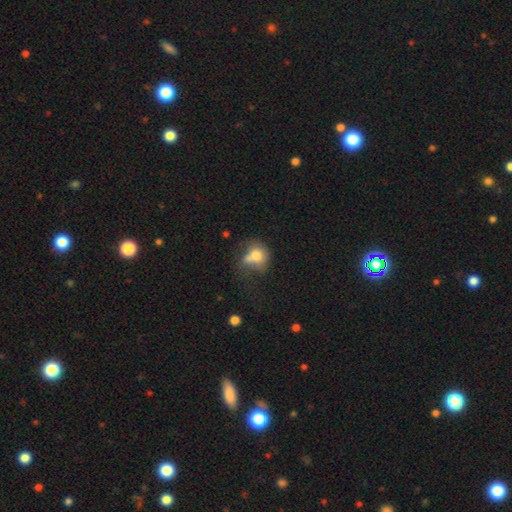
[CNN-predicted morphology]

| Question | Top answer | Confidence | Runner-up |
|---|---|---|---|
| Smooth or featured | smooth | 72% | featured or disk (18%) |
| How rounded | round | 62% | in between (37%) |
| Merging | merger | 32% | none (30%) |